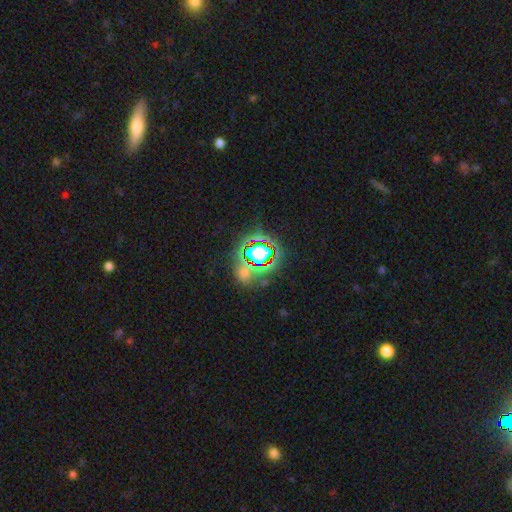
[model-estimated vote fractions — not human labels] Overall: star or artifact (60%; smooth 26%).